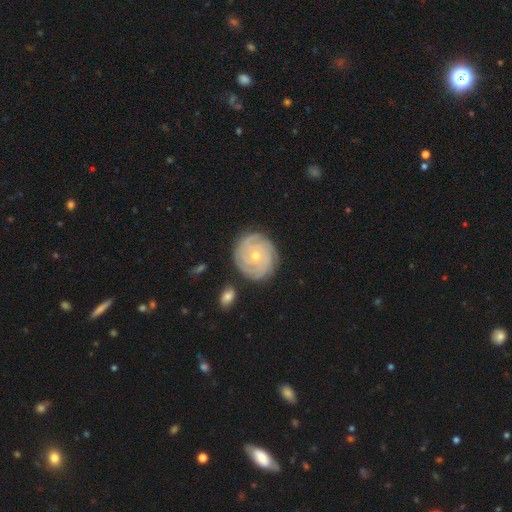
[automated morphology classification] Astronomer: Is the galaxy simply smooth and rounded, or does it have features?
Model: featured or disk — 84%.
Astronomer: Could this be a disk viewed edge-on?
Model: no — 98%.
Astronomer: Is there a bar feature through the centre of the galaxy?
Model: no — 78%.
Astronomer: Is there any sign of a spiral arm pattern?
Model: yes — 97%.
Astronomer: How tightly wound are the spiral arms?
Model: tight — 86%.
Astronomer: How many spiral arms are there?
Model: can't tell — 25% (runner-up: 4, 24%).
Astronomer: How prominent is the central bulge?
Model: small — 52% (runner-up: moderate, 45%).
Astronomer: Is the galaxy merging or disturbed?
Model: none — 85%.